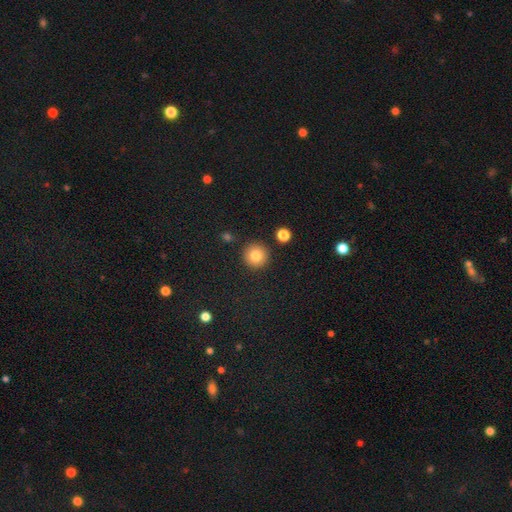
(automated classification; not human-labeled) A smooth galaxy with no disk features (82%) that is round (95%). Merging: none (90%).